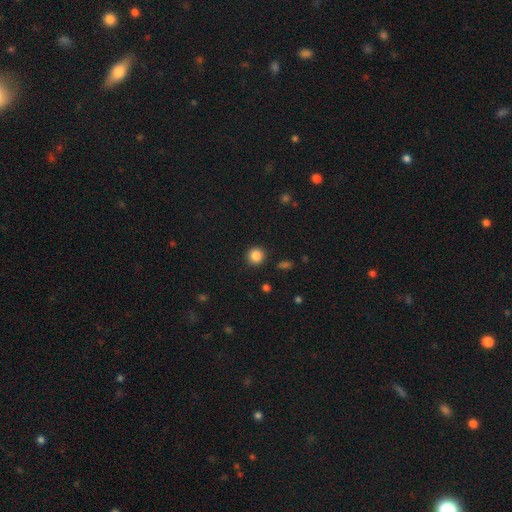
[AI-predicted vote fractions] smooth-or-featured: smooth: 85% | star or artifact: 11% | featured or disk: 4%
  how-rounded: round: 94% | in between: 5% | cigar-shaped: 1%
  merging: none: 91% | minor disturbance: 5% | major disturbance: 2% | merger: 1%